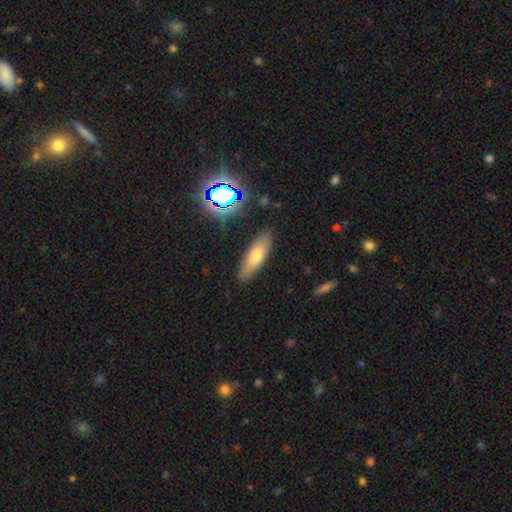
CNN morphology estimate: type=smooth (64%); roundness=cigar-shaped (49%); merging=none (86%).